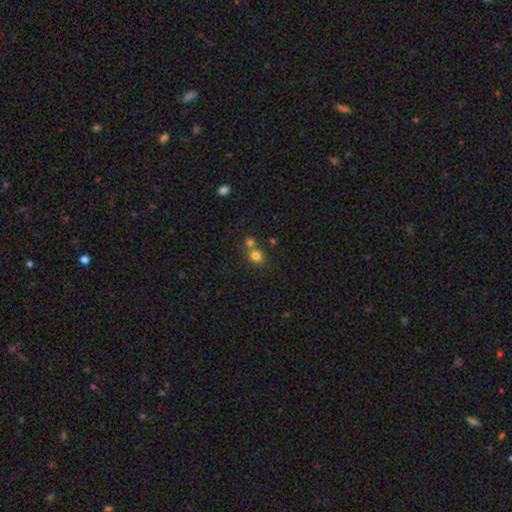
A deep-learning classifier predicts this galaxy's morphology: smooth-or-featured: smooth: 79% | star or artifact: 13% | featured or disk: 8%
  how-rounded: round: 76% | in between: 23% | cigar-shaped: 1%
  merging: none: 49% | merger: 41% | minor disturbance: 7% | major disturbance: 3%